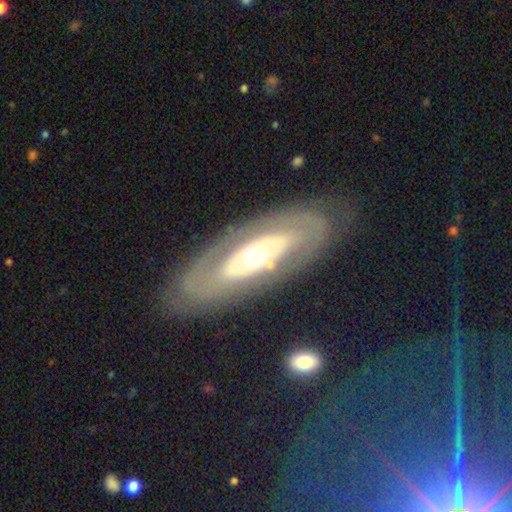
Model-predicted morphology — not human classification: A featured or disk galaxy (74%) with no bar (83%), no spiral arms (66%) and a moderate central bulge (68%).

Vote fractions:
- Smooth or featured? featured or disk: 74% / smooth: 21% / star or artifact: 5%
- Edge-on disk? no: 85% / yes: 15%
- Bar? no: 83% / weak: 11% / strong: 6%
- Spiral arms? no: 66% / yes: 34%
- Bulge size? moderate: 68% / small: 16% / large: 13% / dominant: 2% / none: 1%
- Merging? none: 79% / minor disturbance: 12% / major disturbance: 7% / merger: 2%